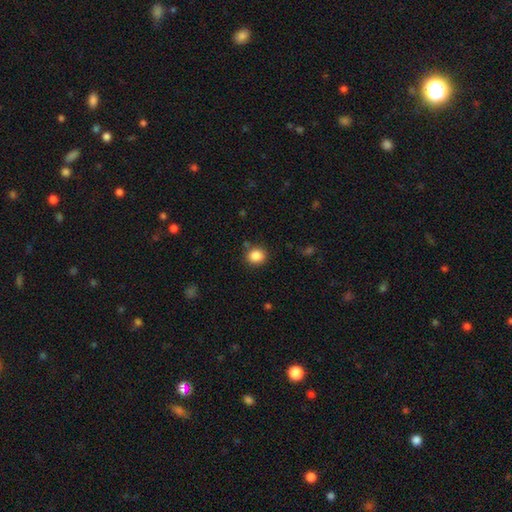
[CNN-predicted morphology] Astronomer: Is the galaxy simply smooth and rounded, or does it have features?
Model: smooth — 86%.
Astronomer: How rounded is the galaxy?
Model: round — 80%.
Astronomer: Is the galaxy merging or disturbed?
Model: none — 85%.